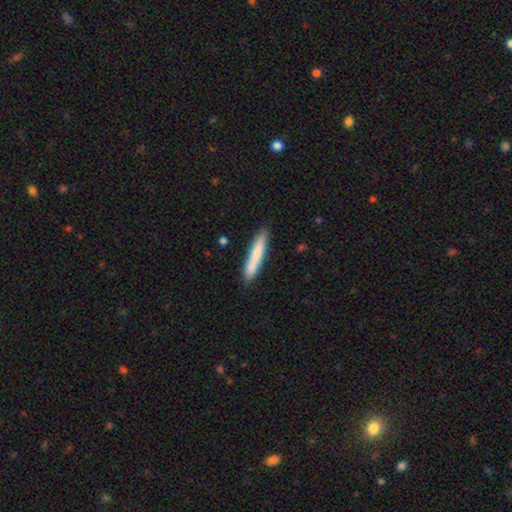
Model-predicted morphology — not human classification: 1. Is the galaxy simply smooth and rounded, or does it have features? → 76% smooth, 18% featured or disk, 6% star or artifact.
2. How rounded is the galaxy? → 93% cigar-shaped, 6% in between, 1% round.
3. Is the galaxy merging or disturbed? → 86% none, 10% minor disturbance, 2% merger, 2% major disturbance.